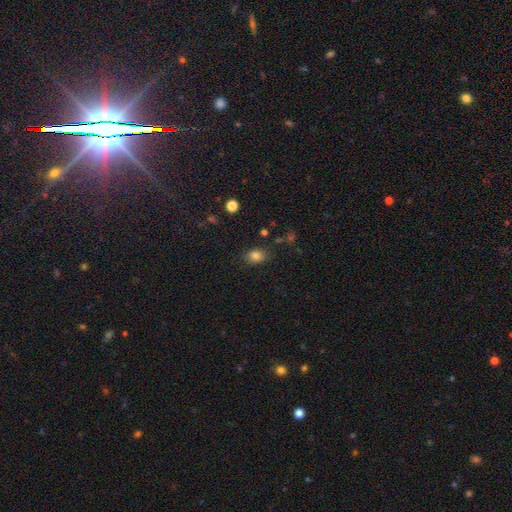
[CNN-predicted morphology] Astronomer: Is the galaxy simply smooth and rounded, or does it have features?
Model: smooth — 82%.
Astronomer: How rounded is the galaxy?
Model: in between — 67%.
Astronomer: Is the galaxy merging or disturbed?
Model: none — 80%.